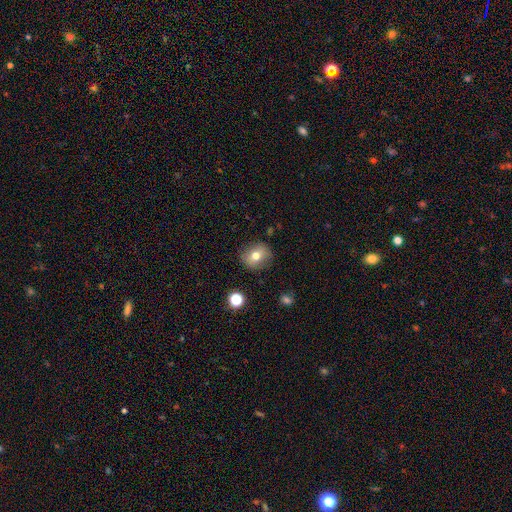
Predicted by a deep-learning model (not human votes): This appears to be a smooth galaxy with no disk features (70%) that is round (70%). Merging: none (84%).